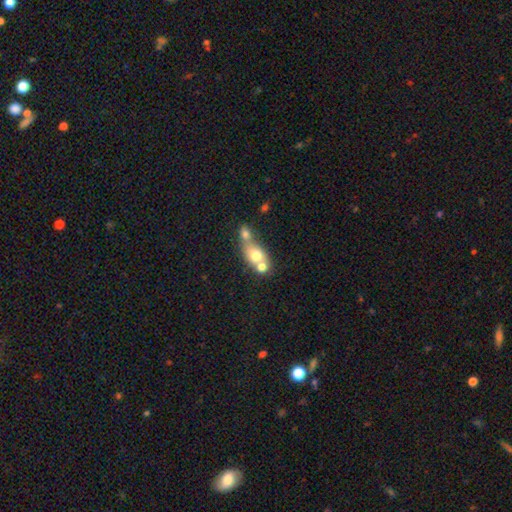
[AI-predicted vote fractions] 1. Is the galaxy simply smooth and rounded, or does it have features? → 67% smooth, 23% featured or disk, 10% star or artifact.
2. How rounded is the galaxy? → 49% round, 47% in between, 4% cigar-shaped.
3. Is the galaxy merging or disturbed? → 68% merger, 21% none, 6% minor disturbance, 4% major disturbance.